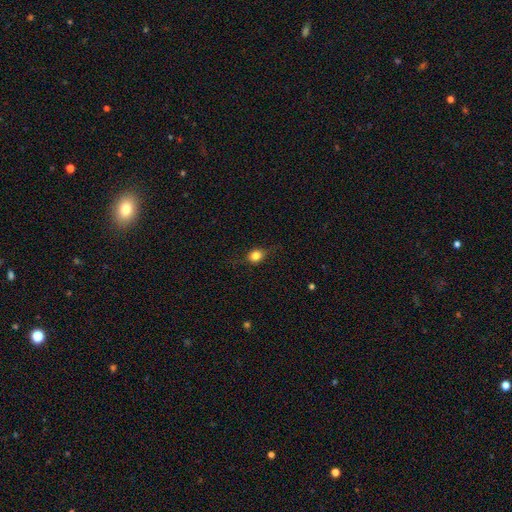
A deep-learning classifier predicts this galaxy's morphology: Smooth or featured? smooth (79%)
How rounded? round (59%)
Merging? none (76%)